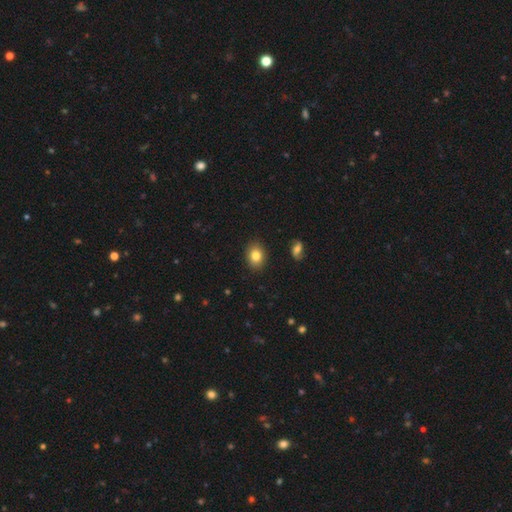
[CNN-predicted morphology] smooth-or-featured: smooth: 82% | featured or disk: 9% | star or artifact: 9%
  how-rounded: in between: 67% | round: 32% | cigar-shaped: 1%
  merging: none: 89% | minor disturbance: 8% | major disturbance: 2% | merger: 1%